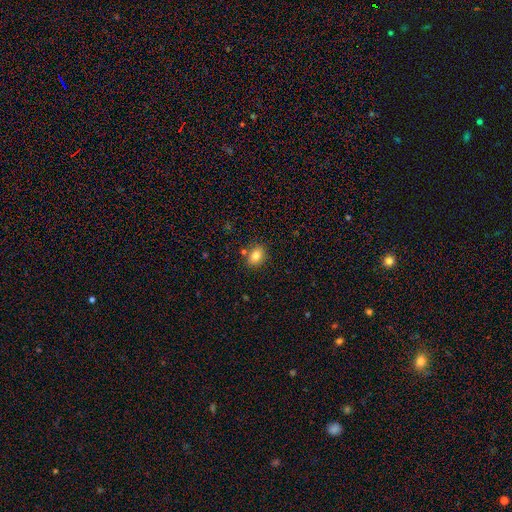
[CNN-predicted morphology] Smooth or featured? smooth (82%)
How rounded? in between (60%)
Merging? none (81%)